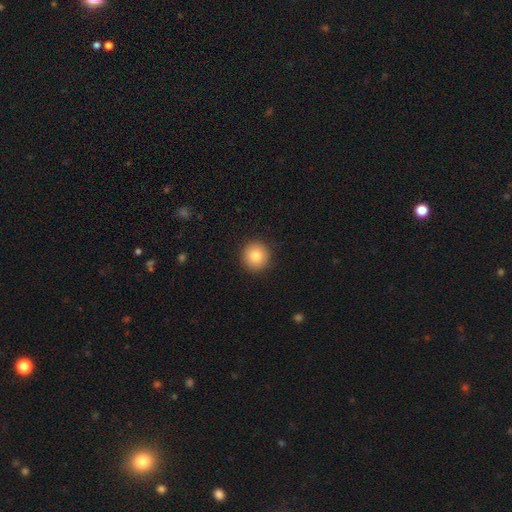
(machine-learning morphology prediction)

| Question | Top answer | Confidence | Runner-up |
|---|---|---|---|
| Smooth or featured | smooth | 85% | star or artifact (9%) |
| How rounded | round | 94% | in between (5%) |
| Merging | none | 92% | minor disturbance (5%) |